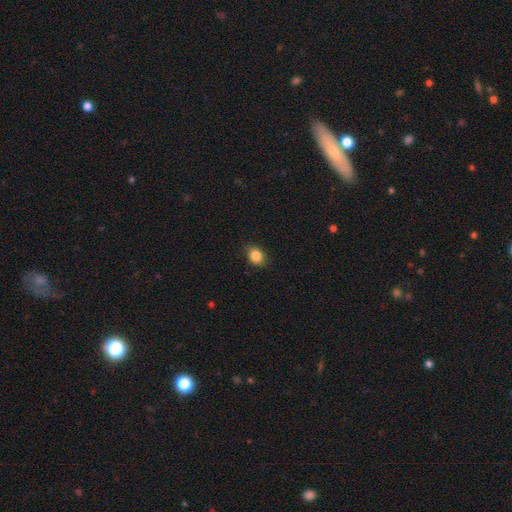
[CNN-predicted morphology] Smooth or featured? Predicted: smooth (p=0.86). How rounded? Predicted: in between (p=0.56). Merging? Predicted: none (p=0.86).